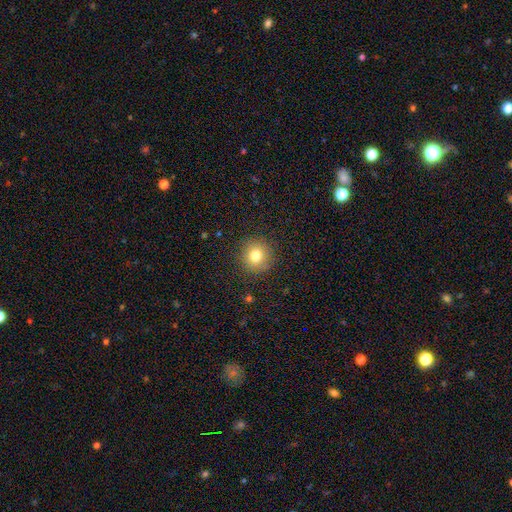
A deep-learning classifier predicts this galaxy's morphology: The model was most divided on "smooth or featured": smooth: 79%, star or artifact: 11%, featured or disk: 9%. More confident: how rounded — round (91%); merging — none (89%).